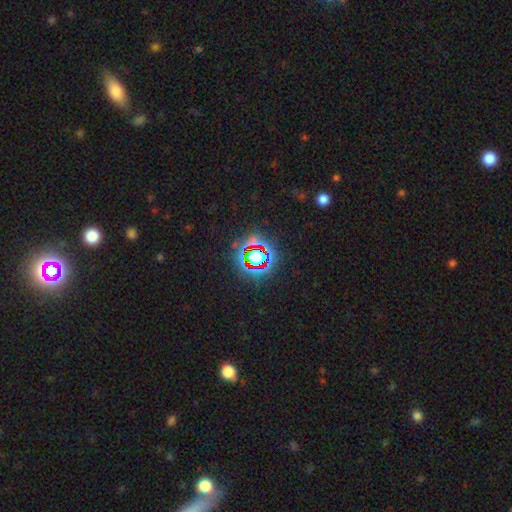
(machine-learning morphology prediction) Smooth or featured: star or artifact — 74% (smooth — 16%)